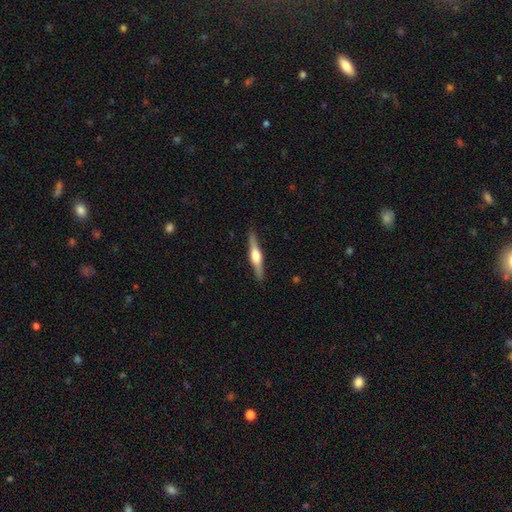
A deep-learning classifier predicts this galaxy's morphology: A featured or disk galaxy (69%) viewed edge-on (98%) with a rounded central bulge (89%).

Vote fractions:
- Smooth or featured? featured or disk: 69% / smooth: 26% / star or artifact: 5%
- Edge-on disk? yes: 98% / no: 2%
- Edge-on bulge? rounded: 89% / boxy: 8% / none: 3%
- Merging? none: 89% / minor disturbance: 8% / major disturbance: 2% / merger: 1%